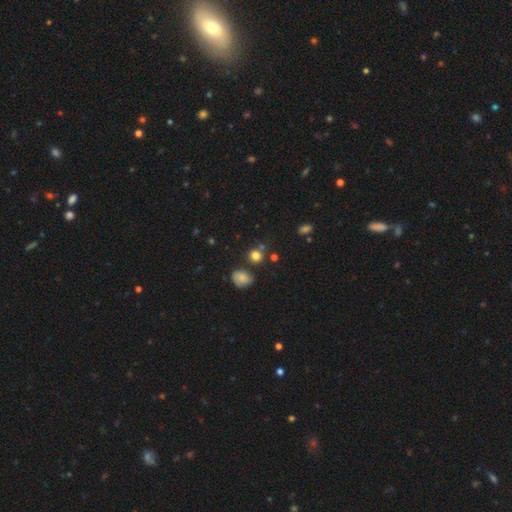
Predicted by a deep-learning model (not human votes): Smooth or featured? Predicted: smooth (p=0.77). How rounded? Predicted: round (p=0.84). Merging? Predicted: none (p=0.72).